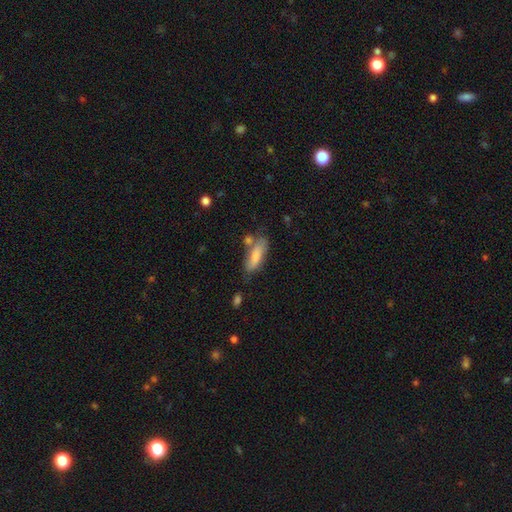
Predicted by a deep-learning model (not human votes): smooth_or_featured: smooth (p=0.75) [alt: featured or disk p=0.18]
how_rounded: in between (p=0.60) [alt: cigar-shaped p=0.38]
merging: none (p=0.56) [alt: minor disturbance p=0.23]